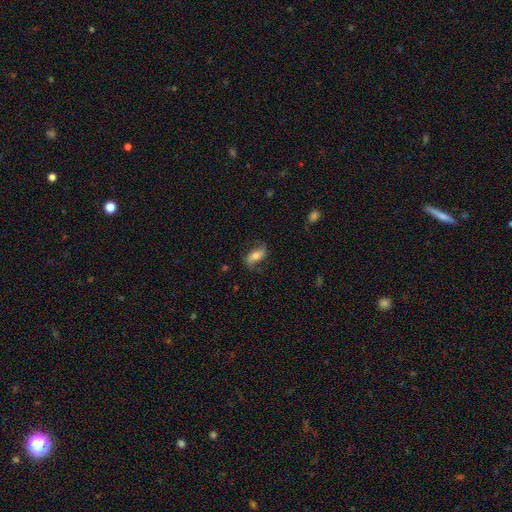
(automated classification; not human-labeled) Smooth or featured? featured or disk (55%)
Edge-on disk? no (90%)
Merging? none (72%)